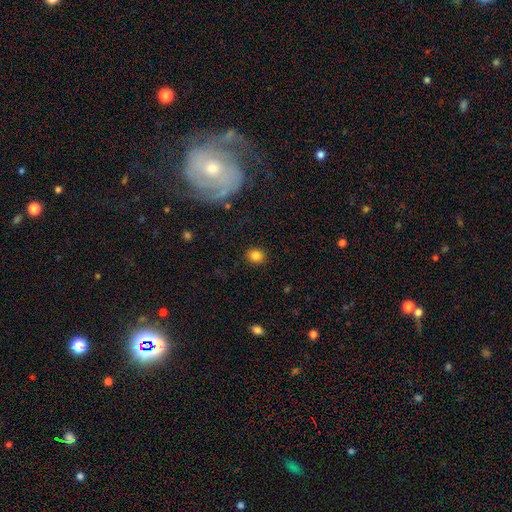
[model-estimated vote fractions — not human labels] This appears to be a smooth galaxy with no disk features (83%) that is round (77%). Merging: none (88%).